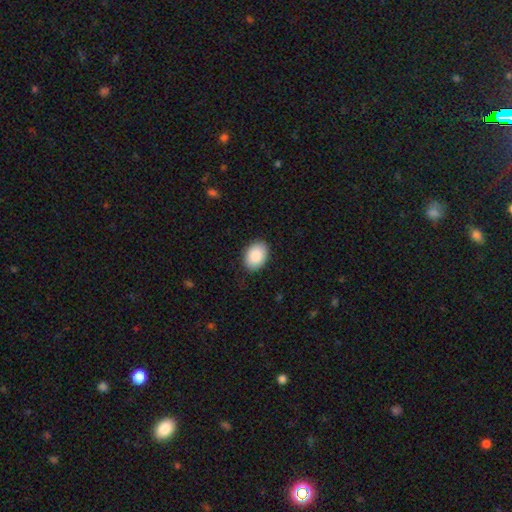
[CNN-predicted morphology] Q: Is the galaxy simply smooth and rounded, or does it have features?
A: smooth — 89%.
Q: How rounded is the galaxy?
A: in between — 80%.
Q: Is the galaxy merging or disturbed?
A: none — 87%.